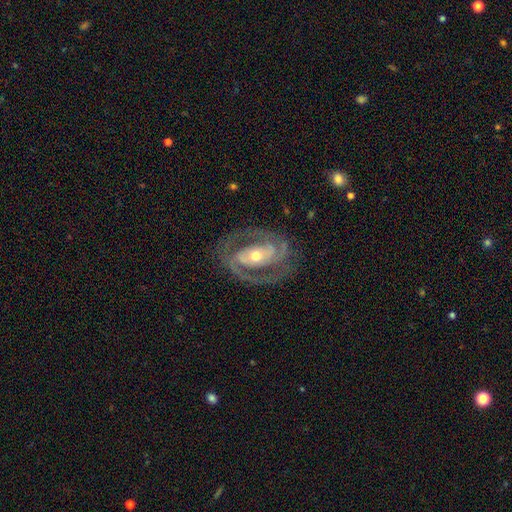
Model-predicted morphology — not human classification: Smooth or featured? Predicted: featured or disk (p=0.90). Edge-on disk? Predicted: no (p=0.96). Bar? Predicted: no (p=0.41). Spiral arms? Predicted: yes (p=0.95). Spiral winding? Predicted: tight (p=0.47). Spiral arm count? Predicted: 2 (p=0.89). Bulge size? Predicted: moderate (p=0.67). Merging? Predicted: none (p=0.79).